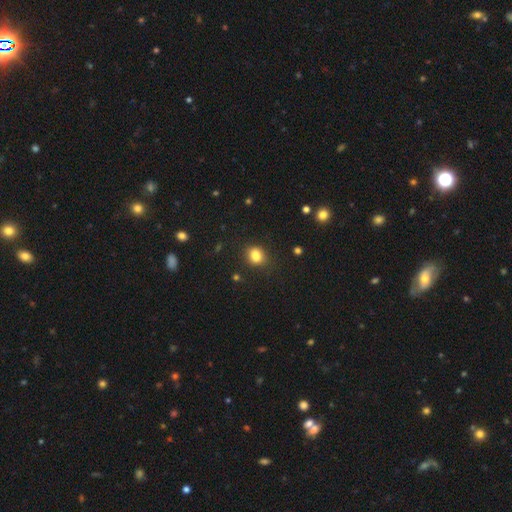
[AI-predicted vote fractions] Overall: smooth (83%). How rounded: round (59%; in between 40%). Merging: none (79%).